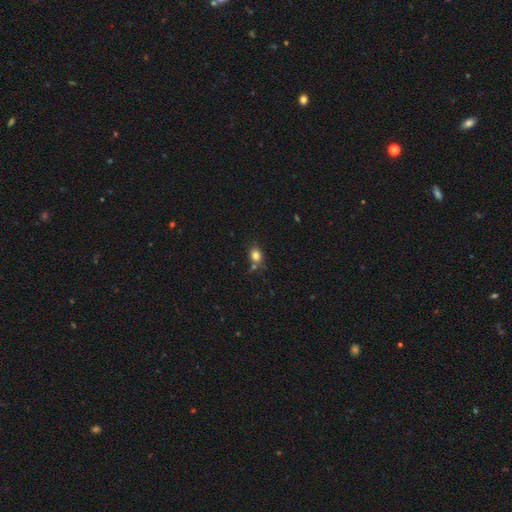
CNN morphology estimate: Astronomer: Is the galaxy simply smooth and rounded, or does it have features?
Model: smooth — 80%.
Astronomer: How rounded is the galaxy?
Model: in between — 50% (runner-up: round, 48%).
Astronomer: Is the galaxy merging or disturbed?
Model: none — 66%.